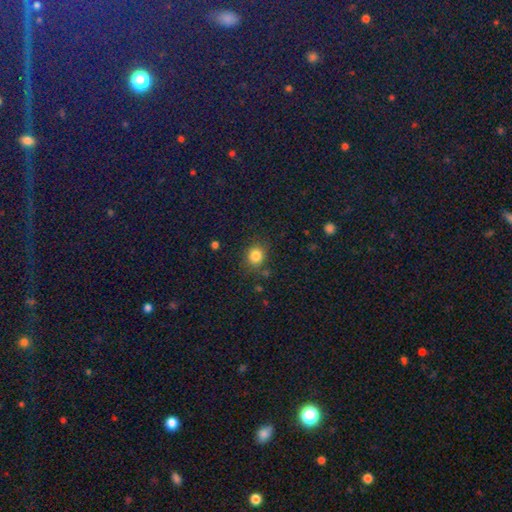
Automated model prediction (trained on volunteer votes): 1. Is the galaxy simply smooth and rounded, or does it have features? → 82% smooth, 13% star or artifact, 5% featured or disk.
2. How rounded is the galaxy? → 78% round, 21% in between, 1% cigar-shaped.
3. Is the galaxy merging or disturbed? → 80% none, 12% minor disturbance, 4% major disturbance, 3% merger.